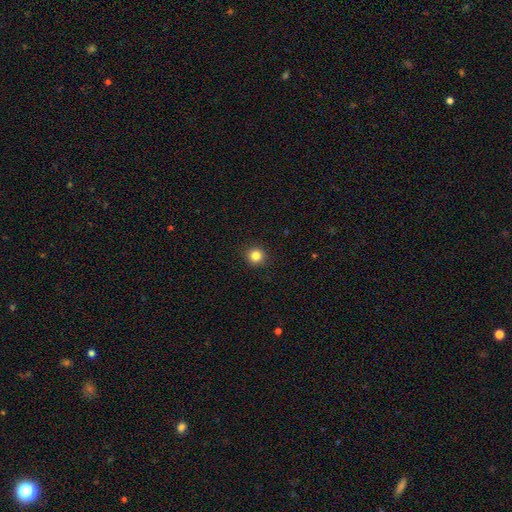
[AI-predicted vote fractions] Q: Smooth or featured?
A: smooth (84%); runner-up: star or artifact (12%)
Q: How rounded?
A: round (94%); runner-up: in between (5%)
Q: Merging?
A: none (93%); runner-up: minor disturbance (5%)